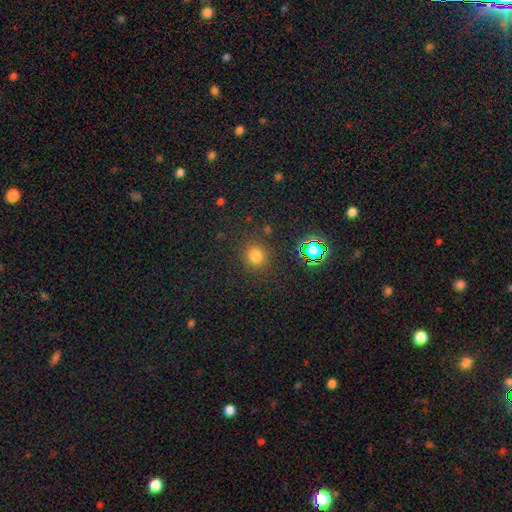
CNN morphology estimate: Smooth or featured? smooth (75%)
How rounded? round (89%)
Merging? none (86%)